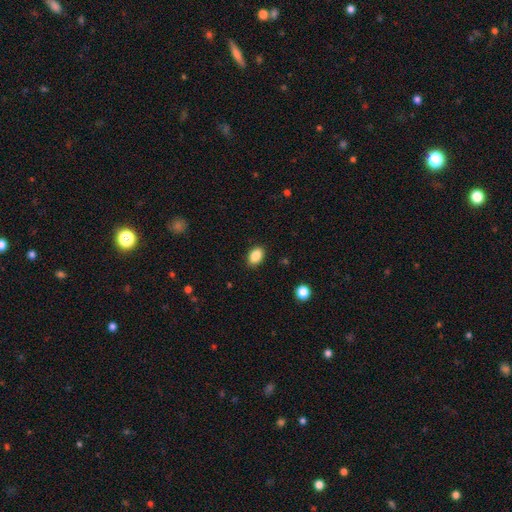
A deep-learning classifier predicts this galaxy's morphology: Smooth or featured? smooth (87%)
How rounded? in between (85%)
Merging? none (88%)